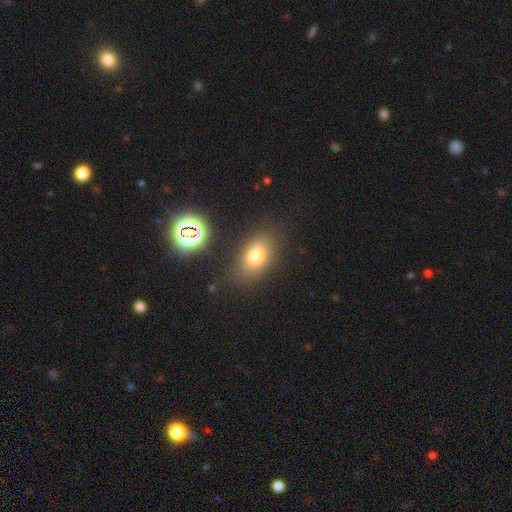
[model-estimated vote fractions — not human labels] Morphology: type=smooth (73%); roundness=in between (81%); merging=none (81%).